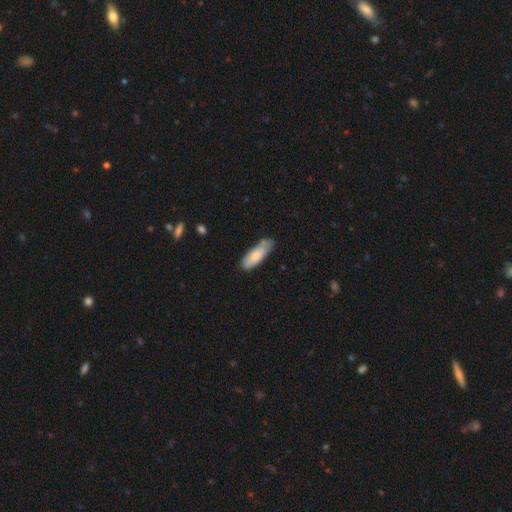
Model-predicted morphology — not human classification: Smooth or featured?
  - smooth: 74% *
  - featured or disk: 21%
  - star or artifact: 6%
How rounded?
  - in between: 60% *
  - cigar-shaped: 39%
  - round: 2%
Merging?
  - none: 65% *
  - minor disturbance: 26%
  - major disturbance: 5%
  - merger: 5%